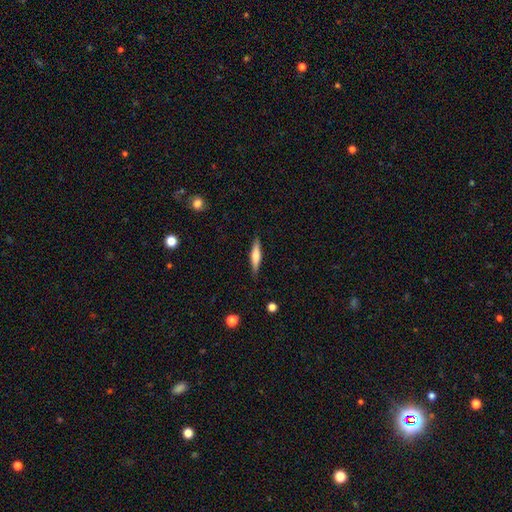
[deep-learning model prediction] This appears to be a smooth galaxy with no disk features (54%) that is cigar-shaped (82%). Merging: none (88%).